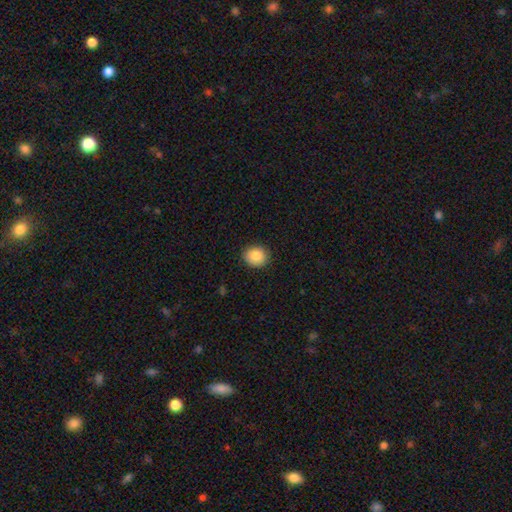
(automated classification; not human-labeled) Smooth or featured? smooth (86%)
How rounded? round (75%)
Merging? none (90%)